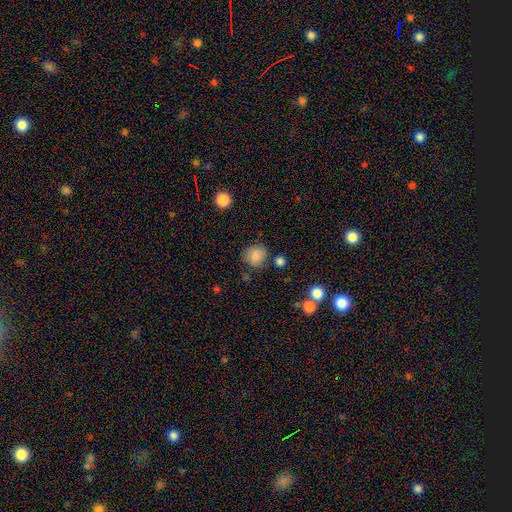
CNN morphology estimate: A smooth galaxy with no disk features (85%) that is round (86%). Merging: none (77%).